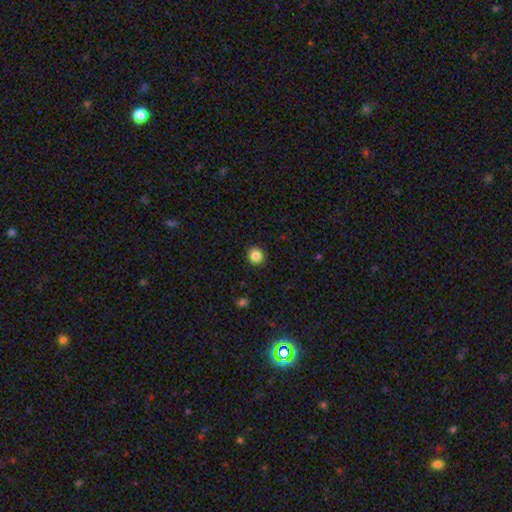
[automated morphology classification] smooth_or_featured: smooth (p=0.85) [alt: star or artifact p=0.10]
how_rounded: round (p=0.88) [alt: in between p=0.11]
merging: none (p=0.92) [alt: minor disturbance p=0.05]